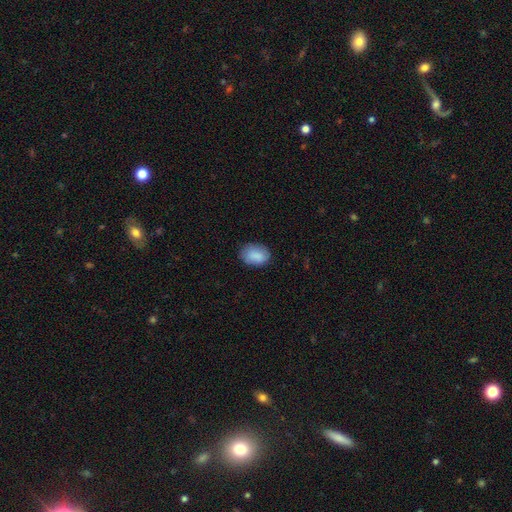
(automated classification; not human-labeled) A smooth galaxy with no disk features (87%) that is in between round and cigar-shaped (72%). Merging: none (79%).